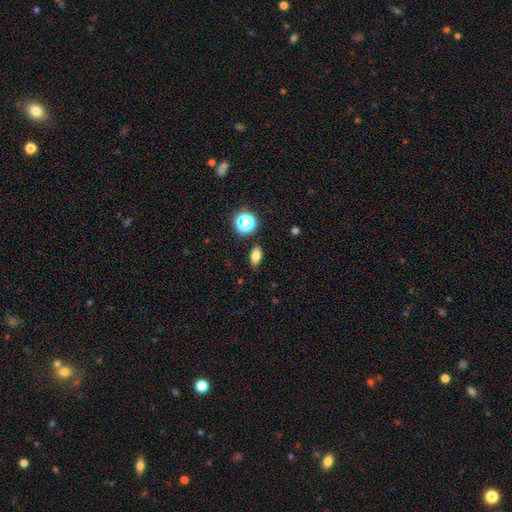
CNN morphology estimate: This appears to be a smooth galaxy with no disk features (77%) that is in between round and cigar-shaped (83%). Merging: none (85%).